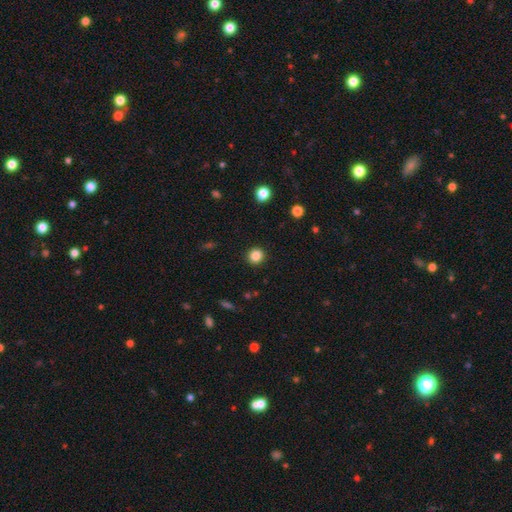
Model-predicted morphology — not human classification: smooth_or_featured: smooth (p=0.85) [alt: star or artifact p=0.11]
how_rounded: round (p=0.90) [alt: in between p=0.09]
merging: none (p=0.92) [alt: minor disturbance p=0.05]